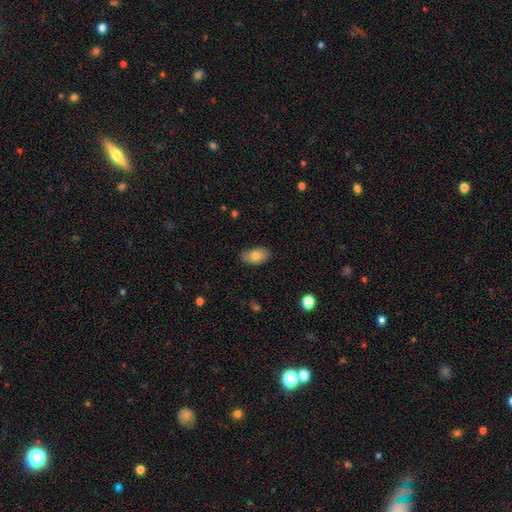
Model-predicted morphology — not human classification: The model was most divided on "smooth or featured": smooth: 78%, featured or disk: 14%, star or artifact: 7%. More confident: how rounded — in between (92%); merging — none (82%).